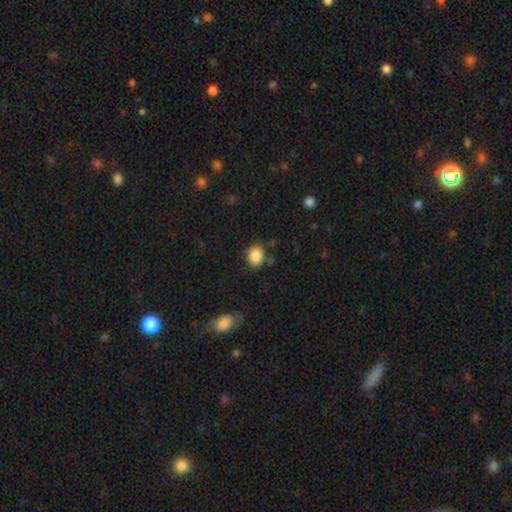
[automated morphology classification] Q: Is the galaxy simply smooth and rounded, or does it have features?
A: smooth — 87%.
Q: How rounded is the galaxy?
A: round — 62%.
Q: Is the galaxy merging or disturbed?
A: none — 78%.